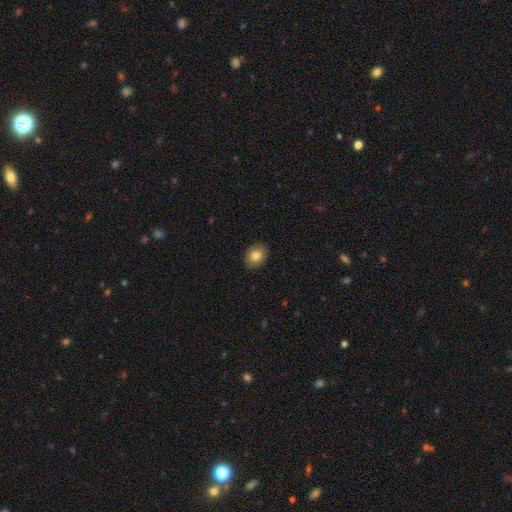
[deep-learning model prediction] Smooth or featured?
  - smooth: 83% *
  - star or artifact: 8%
  - featured or disk: 8%
How rounded?
  - in between: 54% *
  - round: 45%
  - cigar-shaped: 1%
Merging?
  - none: 89% *
  - minor disturbance: 8%
  - major disturbance: 2%
  - merger: 1%